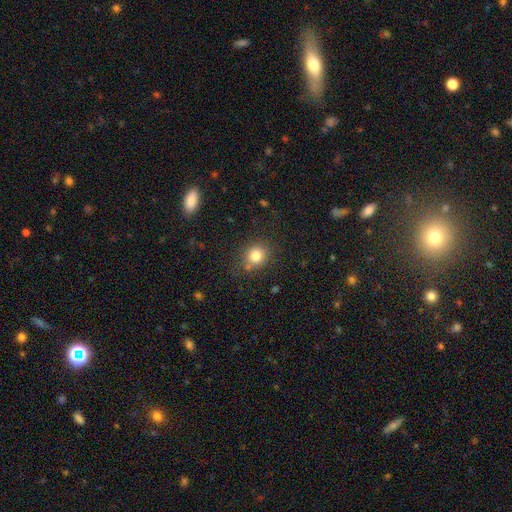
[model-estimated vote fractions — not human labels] Smooth or featured?
  - smooth: 81% *
  - star or artifact: 12%
  - featured or disk: 7%
How rounded?
  - round: 78% *
  - in between: 21%
  - cigar-shaped: 1%
Merging?
  - none: 79% *
  - minor disturbance: 13%
  - merger: 4%
  - major disturbance: 4%